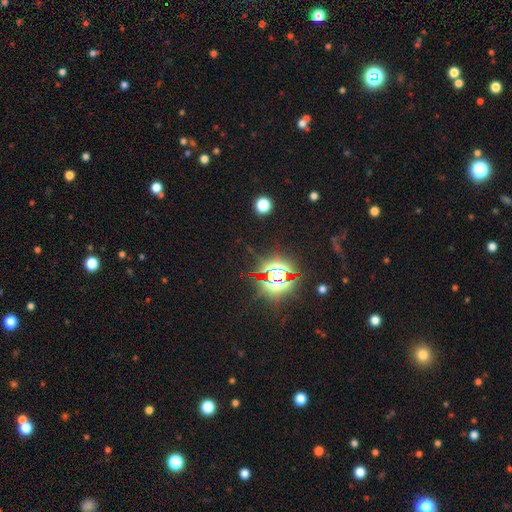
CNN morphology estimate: smooth_or_featured: star or artifact (p=0.81) [alt: smooth p=0.11]